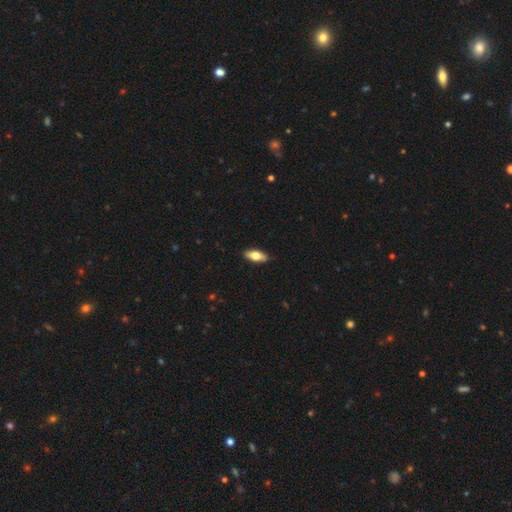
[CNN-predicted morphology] type=smooth (72%); roundness=in between (83%); merging=none (90%).